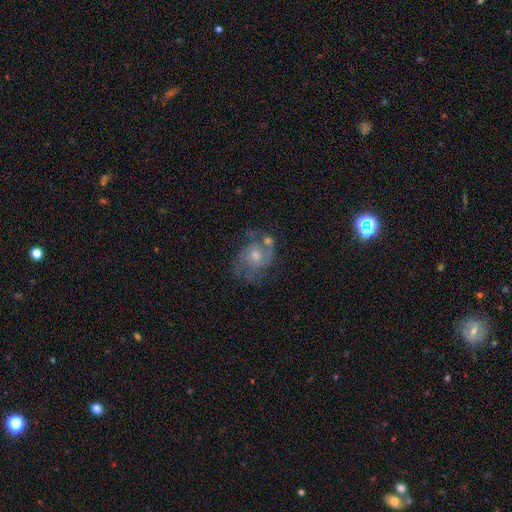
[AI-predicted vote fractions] smooth-or-featured: featured or disk: 73% | smooth: 17% | star or artifact: 9%
  disk-edge-on: no: 97% | yes: 3%
    bar: no: 73% | weak: 24% | strong: 3%
    has-spiral-arms: yes: 87% | no: 13%
      spiral-winding: medium: 47% | tight: 34% | loose: 19%
      spiral-arm-count: 2: 56% | can't tell: 21% | 3: 10% | 1: 7% | 4: 3% | more than 4: 3%
    bulge-size: moderate: 58% | small: 33% | large: 5% | none: 2% | dominant: 1%
  merging: none: 54% | minor disturbance: 21% | major disturbance: 14% | merger: 11%